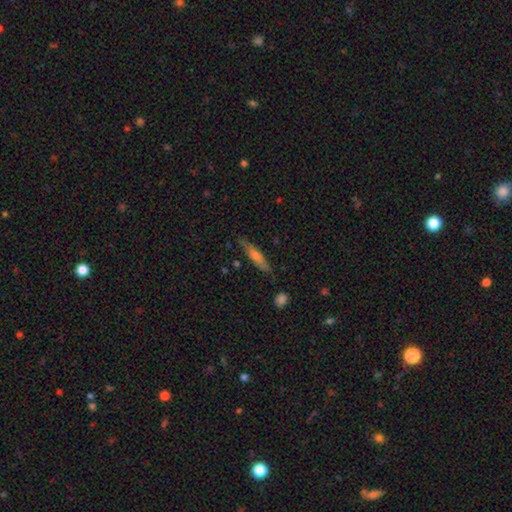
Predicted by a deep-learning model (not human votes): Morphology: type=featured or disk (53%); edge-on=yes (89%); merging=none (85%).